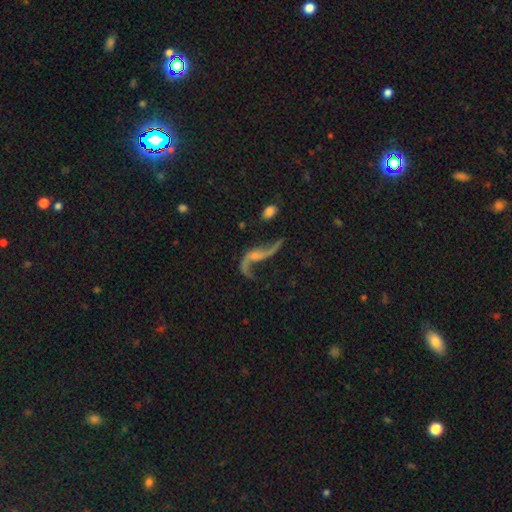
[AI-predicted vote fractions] featured or disk 85%, star or artifact 8%, smooth 7%. Down the decision tree: edge-on disk — no (93%); bar — no (58%); spiral arms — yes (93%); spiral arm count — 2 (90%); spiral winding — loose (93%); bulge size — small (50%); merging — none (55%).